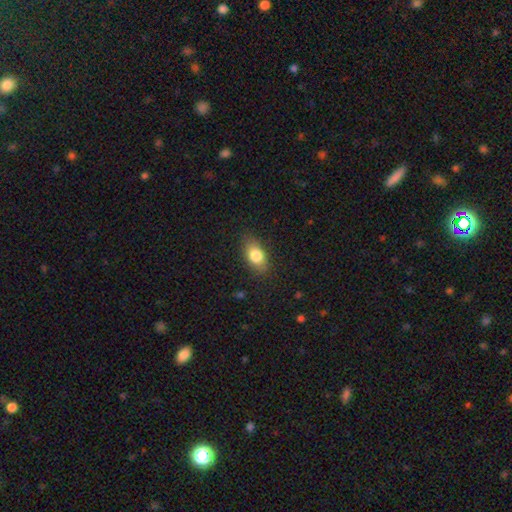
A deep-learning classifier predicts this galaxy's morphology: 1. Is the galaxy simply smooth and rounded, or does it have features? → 79% smooth, 13% featured or disk, 8% star or artifact.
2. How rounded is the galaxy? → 84% in between, 11% round, 5% cigar-shaped.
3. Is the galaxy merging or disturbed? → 81% none, 14% minor disturbance, 3% major disturbance, 1% merger.